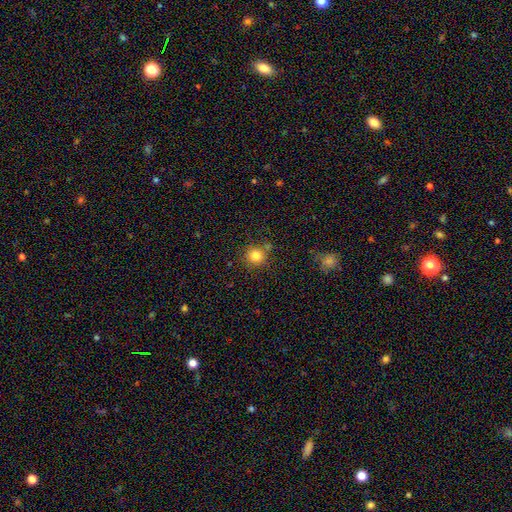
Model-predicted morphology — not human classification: Overall: smooth (82%). How rounded: round (92%). Merging: none (80%).